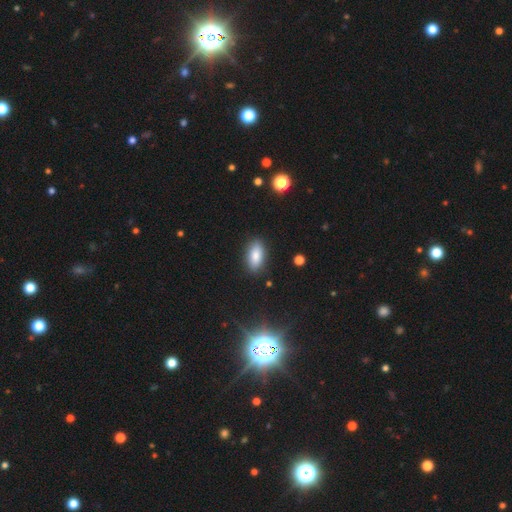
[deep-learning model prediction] Smooth or featured? smooth (82%)
How rounded? in between (86%)
Merging? none (85%)